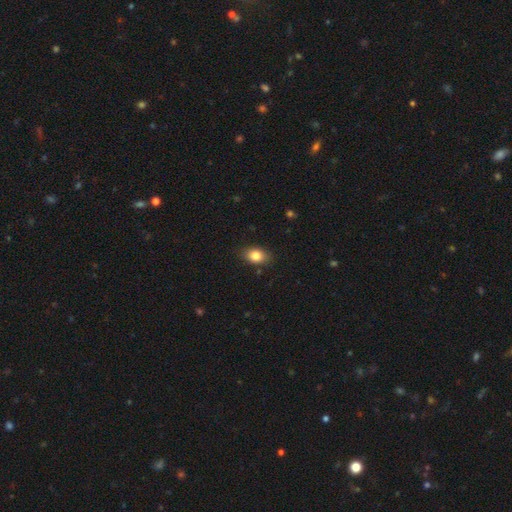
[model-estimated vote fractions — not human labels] The model was most divided on "how rounded": in between: 77%, round: 22%, cigar-shaped: 2%. More confident: merging — none (85%); smooth or featured — smooth (84%).